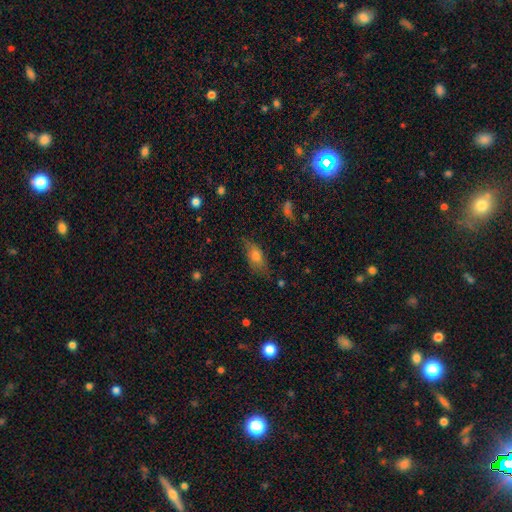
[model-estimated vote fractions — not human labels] A smooth galaxy with no disk features (63%) that is in between round and cigar-shaped (75%).

Vote fractions:
- Smooth or featured? smooth: 63% / featured or disk: 25% / star or artifact: 12%
- How rounded? in between: 75% / cigar-shaped: 18% / round: 7%
- Merging? none: 72% / minor disturbance: 20% / major disturbance: 6% / merger: 2%